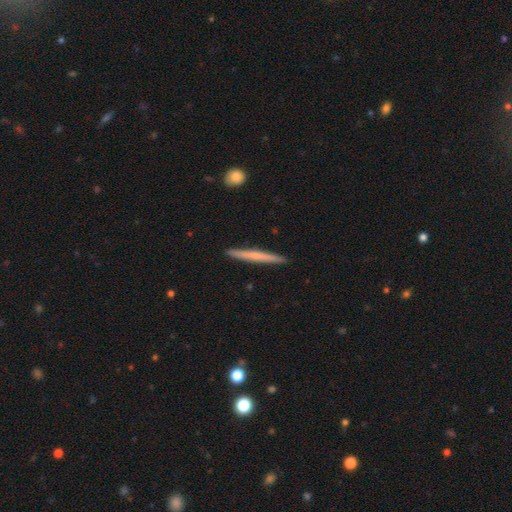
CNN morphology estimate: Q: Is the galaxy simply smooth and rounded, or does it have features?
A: smooth — 53%.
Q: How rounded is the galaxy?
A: cigar-shaped — 97%.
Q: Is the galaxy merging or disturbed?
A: none — 92%.